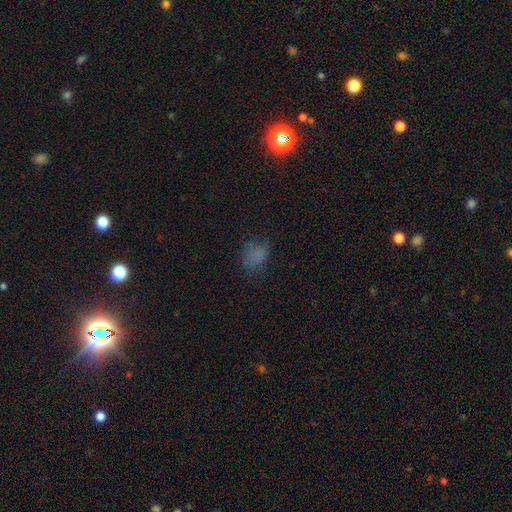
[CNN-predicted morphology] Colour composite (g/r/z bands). It shows a smooth galaxy with no disk features (68%) that is in between round and cigar-shaped (69%). Merging: none (61%).